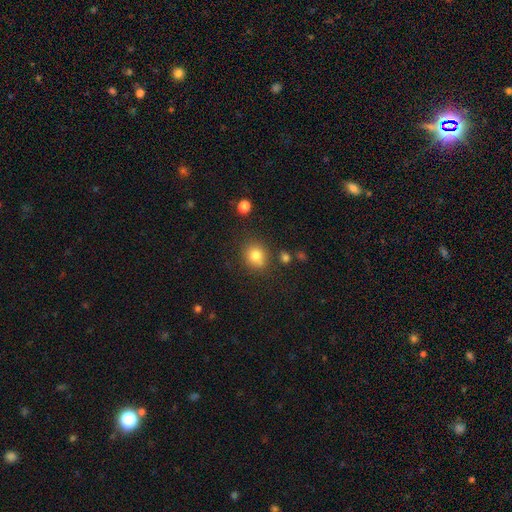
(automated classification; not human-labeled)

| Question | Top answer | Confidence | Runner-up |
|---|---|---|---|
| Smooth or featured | smooth | 81% | star or artifact (12%) |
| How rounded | round | 77% | in between (22%) |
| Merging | none | 75% | minor disturbance (13%) |